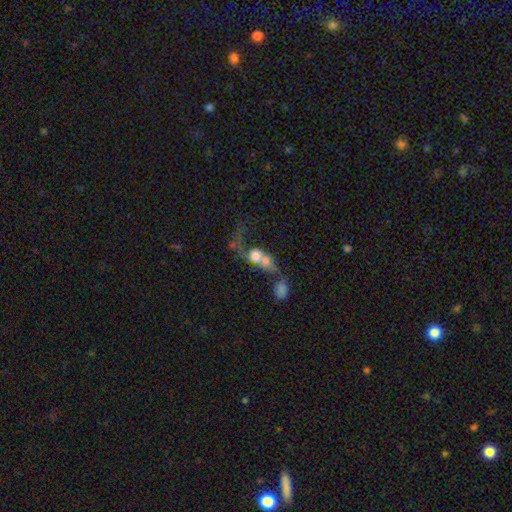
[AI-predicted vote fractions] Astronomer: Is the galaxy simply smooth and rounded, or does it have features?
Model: smooth — 55% (runner-up: featured or disk, 33%).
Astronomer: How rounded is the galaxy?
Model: round — 47% (runner-up: in between, 46%).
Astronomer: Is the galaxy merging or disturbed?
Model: merger — 72%.